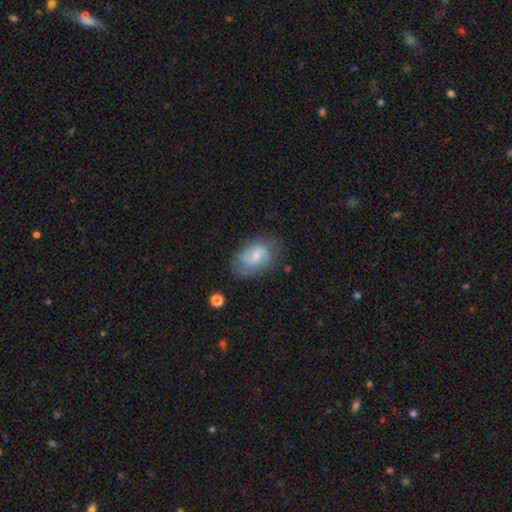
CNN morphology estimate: Smooth or featured: featured or disk — 50% (smooth — 42%)
Edge-on disk: no — 97% (yes — 3%)
Merging: none — 62% (minor disturbance — 25%)